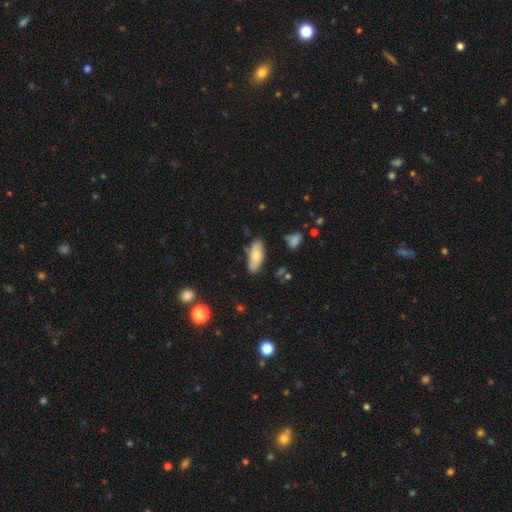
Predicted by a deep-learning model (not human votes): Smooth or featured: smooth — 74% (featured or disk — 19%)
How rounded: in between — 80% (cigar-shaped — 17%)
Merging: none — 78% (minor disturbance — 16%)